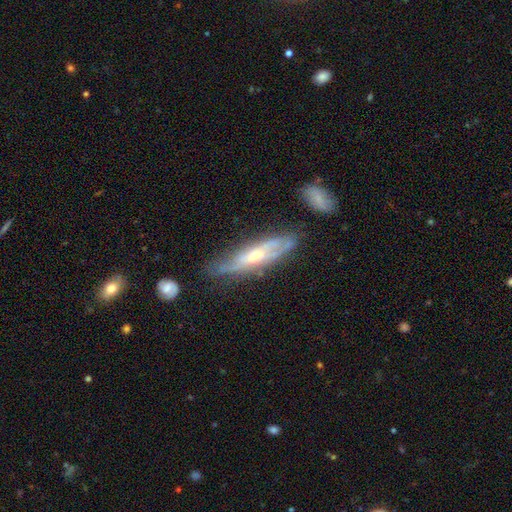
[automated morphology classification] Smooth or featured? featured or disk (73%)
Edge-on disk? yes (53%)
Merging? none (65%)